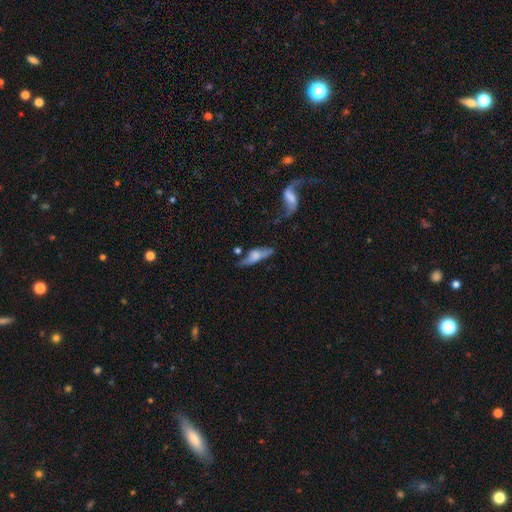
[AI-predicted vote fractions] This is possibly a featured or disk galaxy (47%). Merging: possibly none (45%).